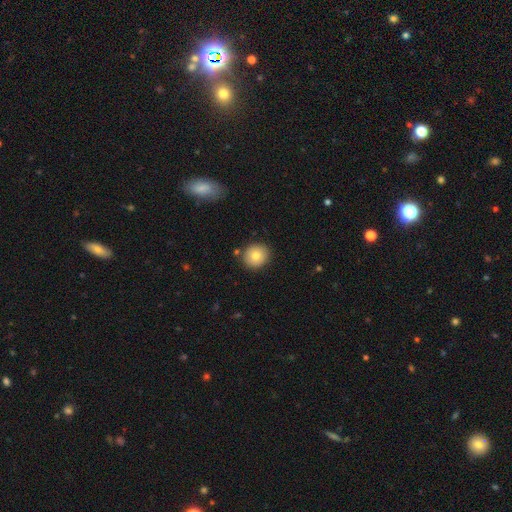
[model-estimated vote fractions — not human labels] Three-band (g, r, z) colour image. It shows a smooth galaxy with no disk features (78%) that is round (86%). Merging: none (85%).